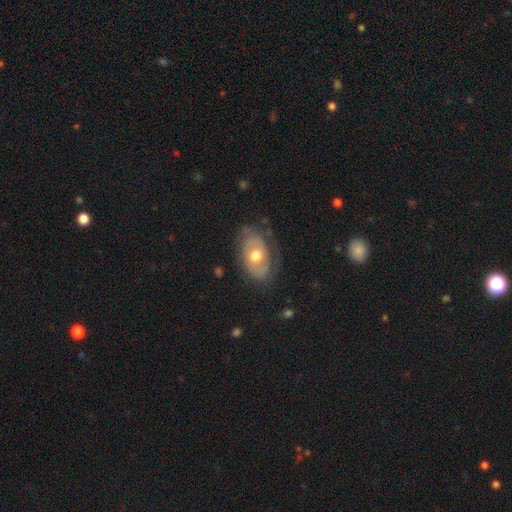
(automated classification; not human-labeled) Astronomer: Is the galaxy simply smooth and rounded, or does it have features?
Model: featured or disk — 55% (runner-up: smooth, 39%).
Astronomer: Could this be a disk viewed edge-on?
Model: no — 92%.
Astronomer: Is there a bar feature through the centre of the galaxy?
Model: no — 82%.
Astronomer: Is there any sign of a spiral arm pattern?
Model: no — 61% (runner-up: yes, 39%).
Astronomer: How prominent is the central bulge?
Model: moderate — 75%.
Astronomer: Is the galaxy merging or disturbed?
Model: none — 68%.